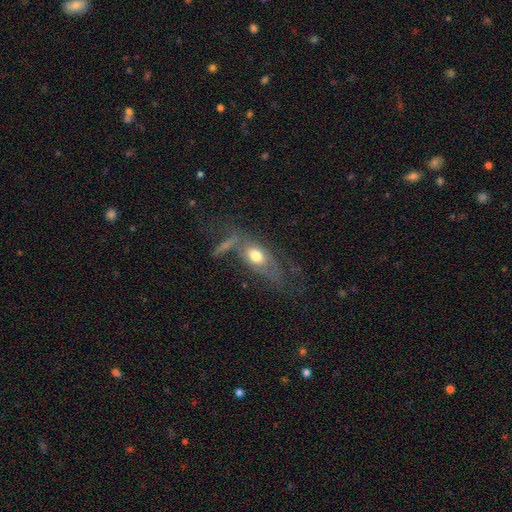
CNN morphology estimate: The model was most divided on "smooth or featured": smooth: 52%, featured or disk: 39%, star or artifact: 9%. Remaining: how rounded — in between (80%); merging — none (40%).